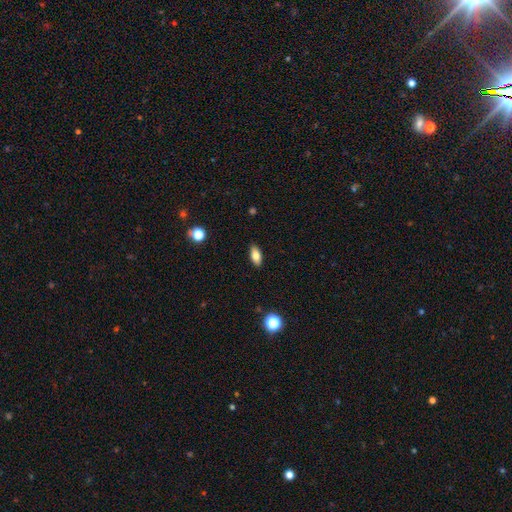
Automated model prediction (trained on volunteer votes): The model was most divided on "smooth or featured": smooth: 80%, featured or disk: 12%, star or artifact: 8%. More confident: merging — none (89%); how rounded — in between (87%).